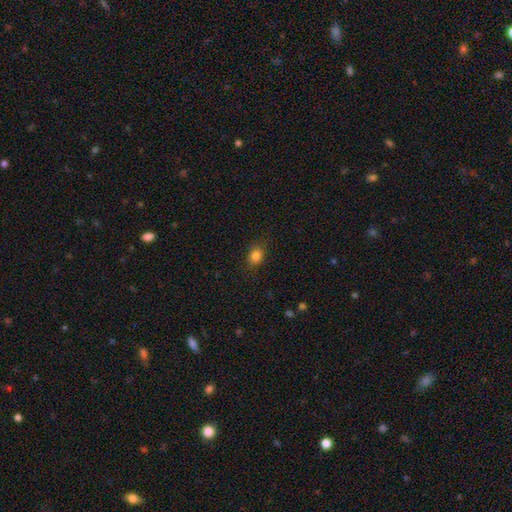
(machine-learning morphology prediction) Smooth or featured? smooth (83%)
How rounded? round (55%)
Merging? none (81%)